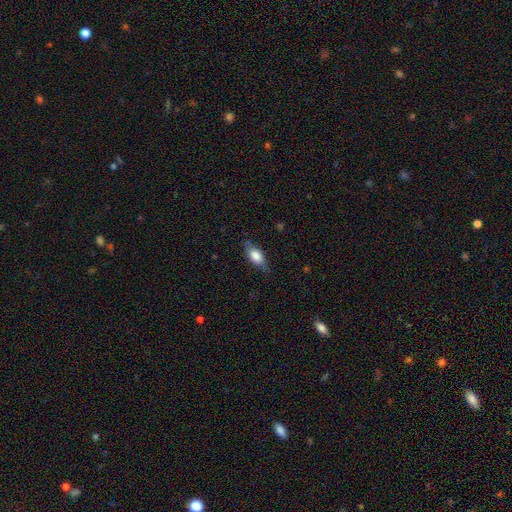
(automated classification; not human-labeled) Smooth or featured: smooth — 70% (featured or disk — 23%)
How rounded: in between — 80% (cigar-shaped — 15%)
Merging: none — 74% (minor disturbance — 20%)